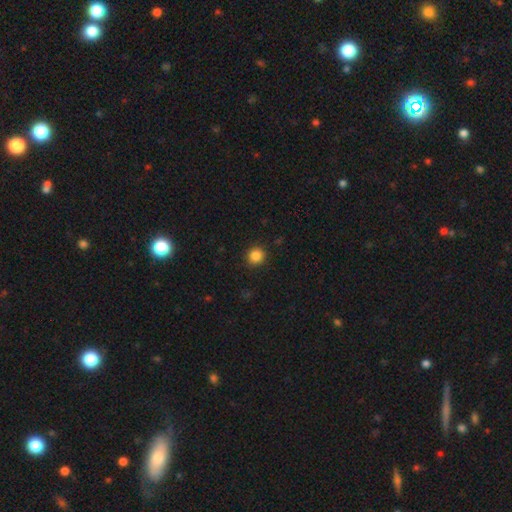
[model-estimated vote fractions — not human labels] This appears to be a smooth galaxy with no disk features (86%) that is round (91%). Merging: none (91%).